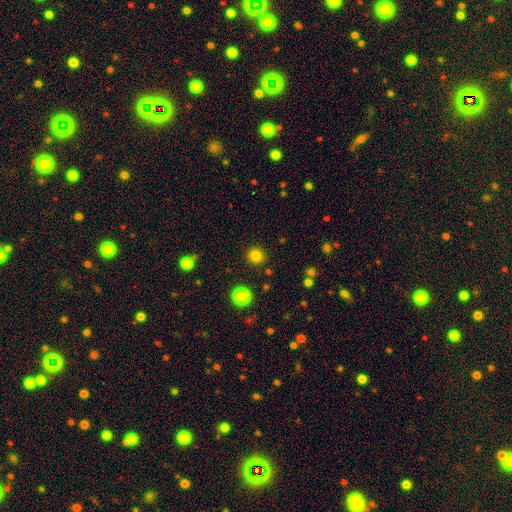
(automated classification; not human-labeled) The model was most divided on "smooth or featured": smooth: 82%, star or artifact: 13%, featured or disk: 5%. More confident: merging — none (90%); how rounded — round (88%).